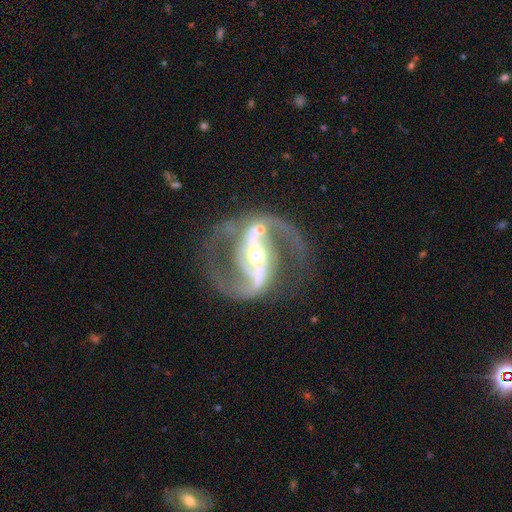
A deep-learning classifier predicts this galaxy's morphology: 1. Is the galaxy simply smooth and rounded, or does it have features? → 92% featured or disk, 5% star or artifact, 2% smooth.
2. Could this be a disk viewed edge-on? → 97% no, 3% yes.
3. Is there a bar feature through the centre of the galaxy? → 67% strong, 21% weak, 12% no.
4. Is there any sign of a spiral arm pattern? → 98% yes, 2% no.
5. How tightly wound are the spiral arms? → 60% medium, 27% loose, 12% tight.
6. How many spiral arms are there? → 94% 2, 1% 3, 1% can't tell, 1% 1, 1% 4, 1% more than 4.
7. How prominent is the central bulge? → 48% small, 47% moderate, 3% large, 1% dominant, 1% none.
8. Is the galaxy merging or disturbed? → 74% none, 13% minor disturbance, 9% major disturbance, 4% merger.